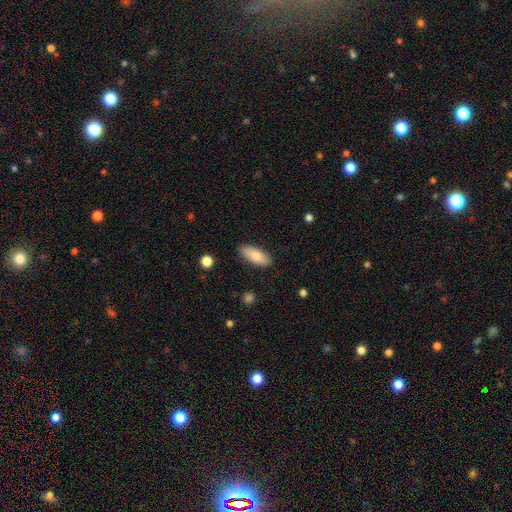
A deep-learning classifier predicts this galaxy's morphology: smooth 83%, featured or disk 11%, star or artifact 6%. Down the decision tree: how rounded — in between (79%); merging — none (87%).